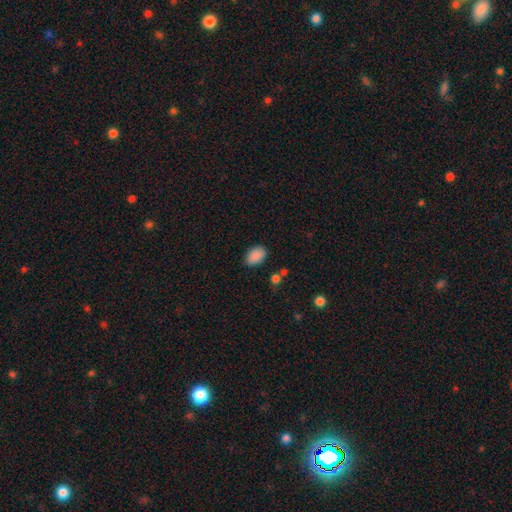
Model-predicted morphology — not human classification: This is clearly a smooth galaxy (89%). How rounded: clearly in between (89%). Merging: clearly none (85%).